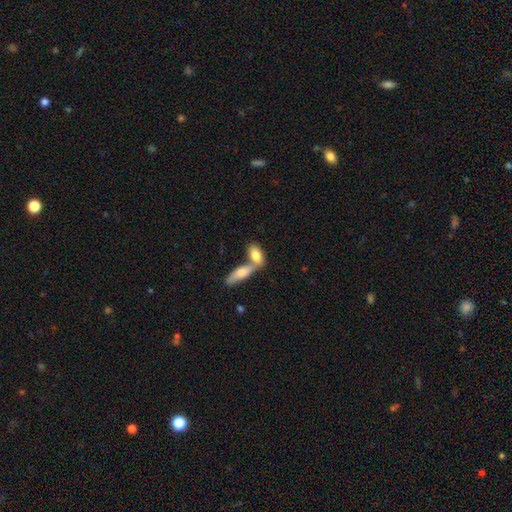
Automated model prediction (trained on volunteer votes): A smooth galaxy with no disk features (78%) that is in between round and cigar-shaped (82%). Merging: merger (57%).